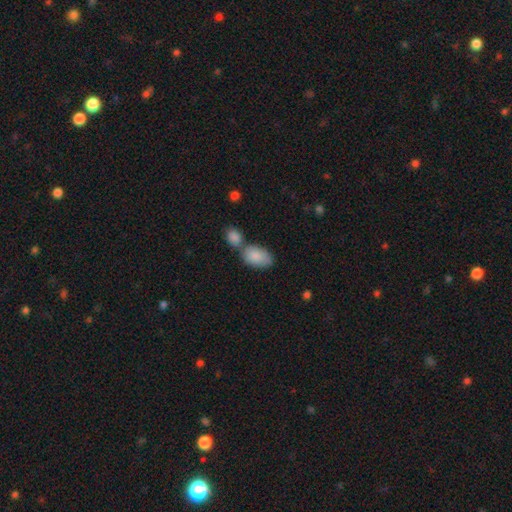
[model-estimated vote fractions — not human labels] Smooth or featured: smooth — 86% (featured or disk — 8%)
How rounded: in between — 92% (round — 6%)
Merging: merger — 41% (tied with none — 41%)